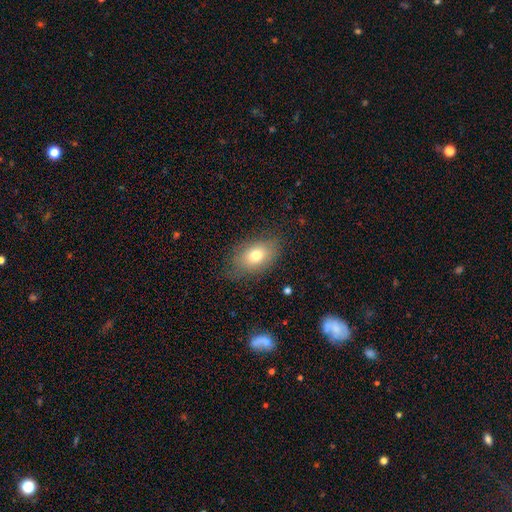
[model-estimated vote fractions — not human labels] A smooth galaxy with no disk features (74%) that is in between round and cigar-shaped (83%).

Vote fractions:
- Smooth or featured? smooth: 74% / featured or disk: 16% / star or artifact: 10%
- How rounded? in between: 83% / round: 16% / cigar-shaped: 2%
- Merging? none: 73% / minor disturbance: 19% / major disturbance: 7% / merger: 1%